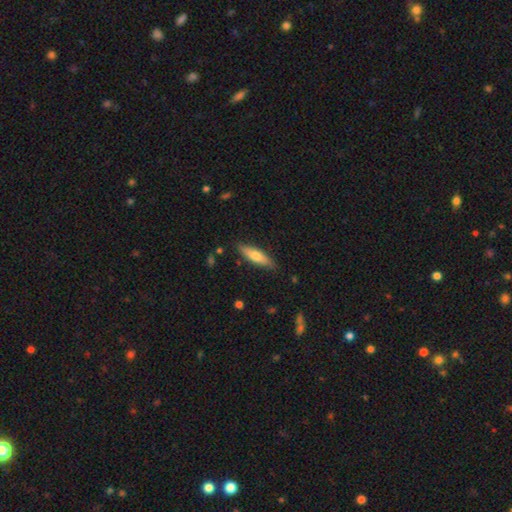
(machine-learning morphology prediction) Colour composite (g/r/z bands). It shows a smooth galaxy with no disk features (65%) that is cigar-shaped (66%). Merging: none (85%).